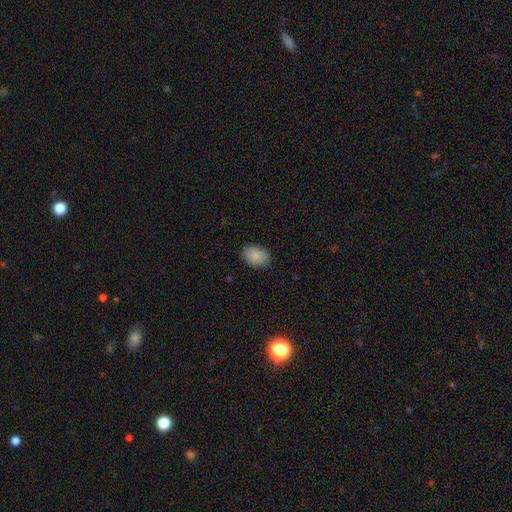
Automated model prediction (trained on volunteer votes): smooth-or-featured: smooth: 88% | star or artifact: 7% | featured or disk: 5%
  how-rounded: in between: 81% | round: 18% | cigar-shaped: 1%
  merging: none: 87% | minor disturbance: 10% | major disturbance: 2% | merger: 1%